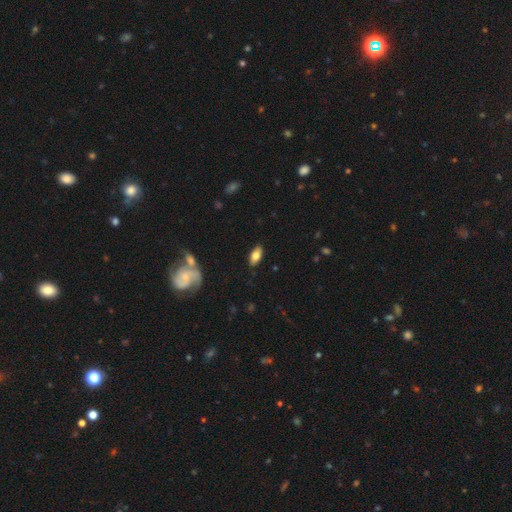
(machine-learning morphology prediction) A smooth galaxy with no disk features (71%) that is in between round and cigar-shaped (88%). Merging: none (85%).